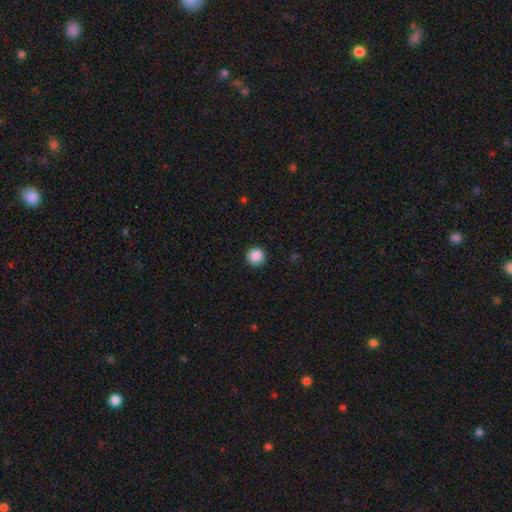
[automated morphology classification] Overall: smooth (88%). How rounded: round (96%). Merging: none (92%).